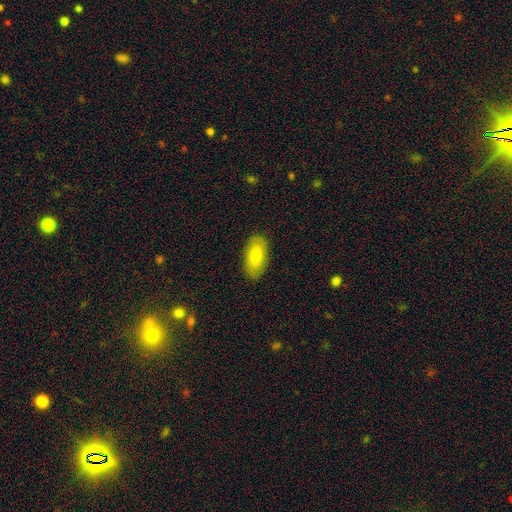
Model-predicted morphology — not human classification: type=smooth (79%); roundness=in between (91%); merging=none (86%).